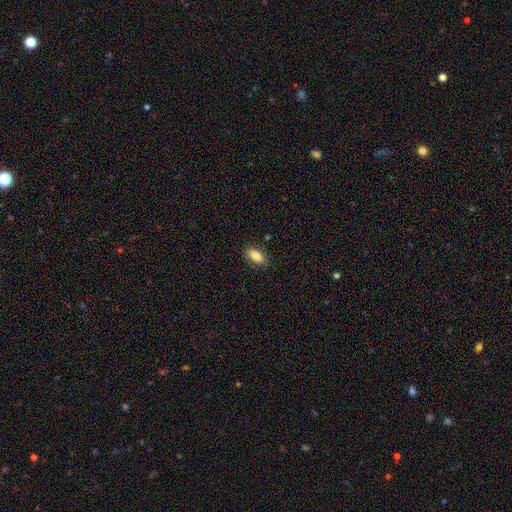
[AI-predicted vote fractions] Smooth or featured? Predicted: smooth (p=0.81). How rounded? Predicted: in between (p=0.89). Merging? Predicted: none (p=0.84).